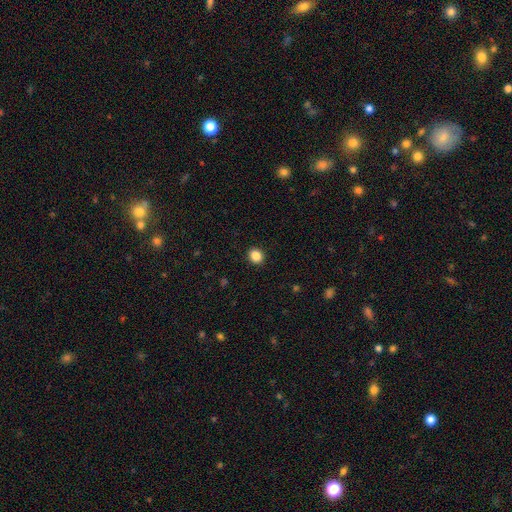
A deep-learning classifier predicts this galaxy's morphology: smooth_or_featured: smooth (p=0.86) [alt: star or artifact p=0.10]
how_rounded: round (p=0.77) [alt: in between p=0.22]
merging: none (p=0.92) [alt: minor disturbance p=0.05]